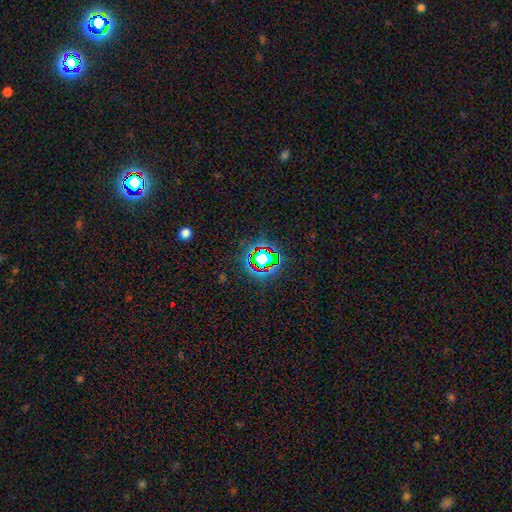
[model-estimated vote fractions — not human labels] Smooth or featured?
  - star or artifact: 78% *
  - smooth: 13%
  - featured or disk: 9%